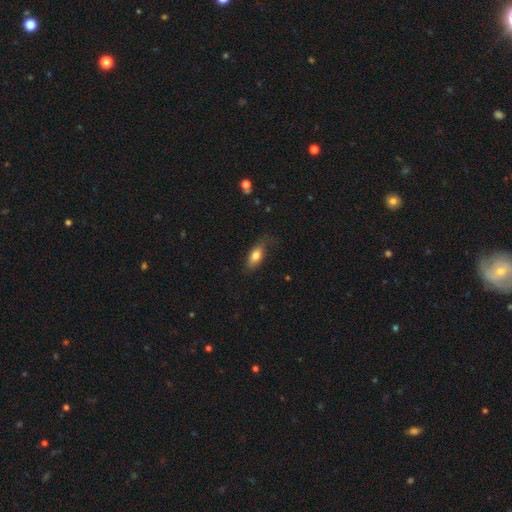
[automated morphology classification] Smooth or featured?
  - smooth: 77% *
  - featured or disk: 16%
  - star or artifact: 7%
How rounded?
  - in between: 78% *
  - cigar-shaped: 18%
  - round: 4%
Merging?
  - none: 66% *
  - minor disturbance: 25%
  - major disturbance: 8%
  - merger: 1%